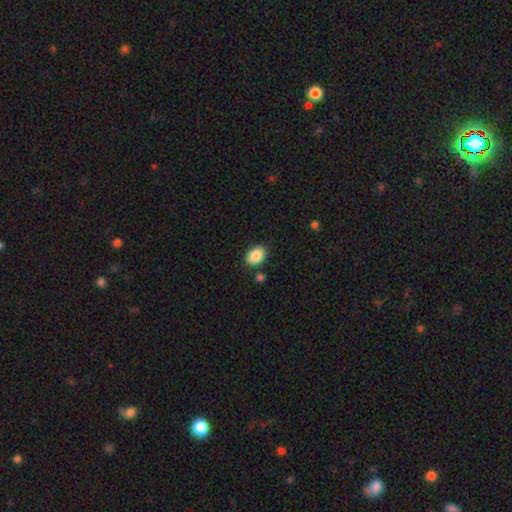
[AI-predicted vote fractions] Smooth or featured? smooth (88%)
How rounded? in between (85%)
Merging? none (84%)